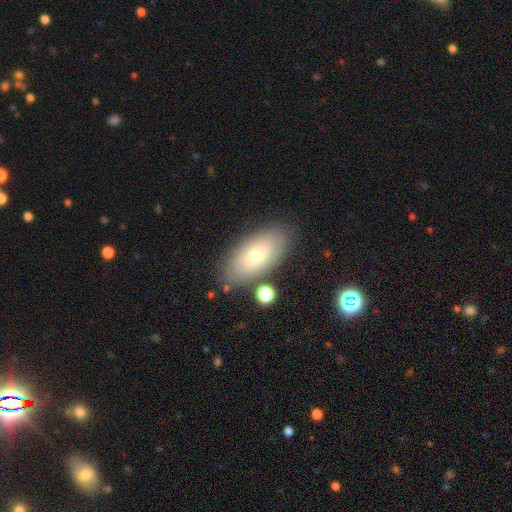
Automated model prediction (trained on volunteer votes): This appears to be a smooth galaxy with no disk features (64%) that is in between round and cigar-shaped (91%). Merging: none (80%).